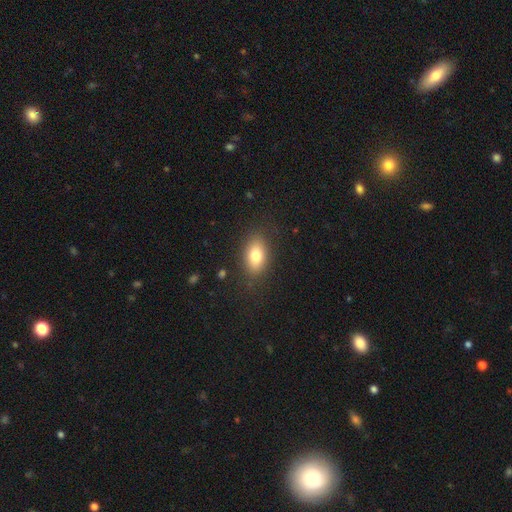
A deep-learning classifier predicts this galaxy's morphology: smooth-or-featured: smooth: 79% | featured or disk: 12% | star or artifact: 9%
  how-rounded: in between: 86% | round: 10% | cigar-shaped: 3%
  merging: none: 83% | minor disturbance: 11% | major disturbance: 4% | merger: 1%